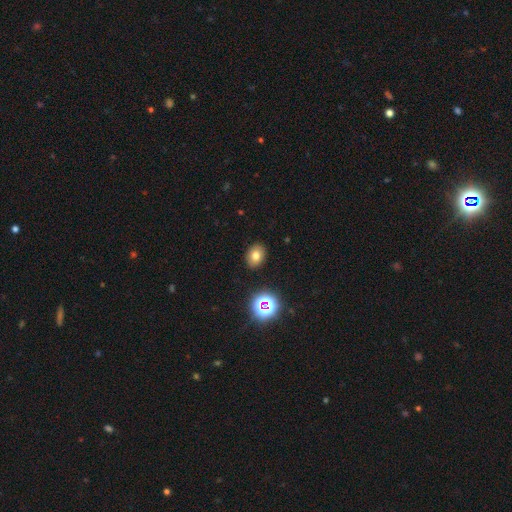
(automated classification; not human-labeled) Smooth or featured? Predicted: smooth (p=0.74). How rounded? Predicted: in between (p=0.63). Merging? Predicted: none (p=0.89).